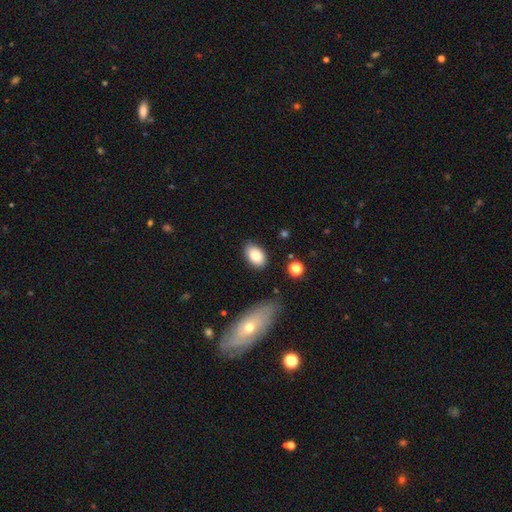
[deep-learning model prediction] smooth_or_featured: smooth (p=0.82) [alt: featured or disk p=0.10]
how_rounded: in between (p=0.90) [alt: round p=0.09]
merging: none (p=0.84) [alt: minor disturbance p=0.11]